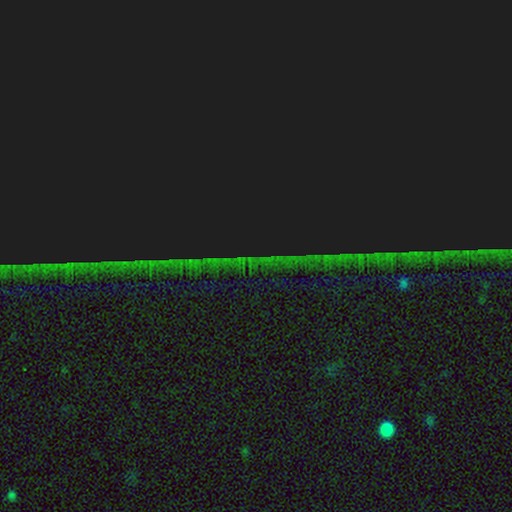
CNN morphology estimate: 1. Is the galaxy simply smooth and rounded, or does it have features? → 86% star or artifact, 7% featured or disk, 7% smooth.